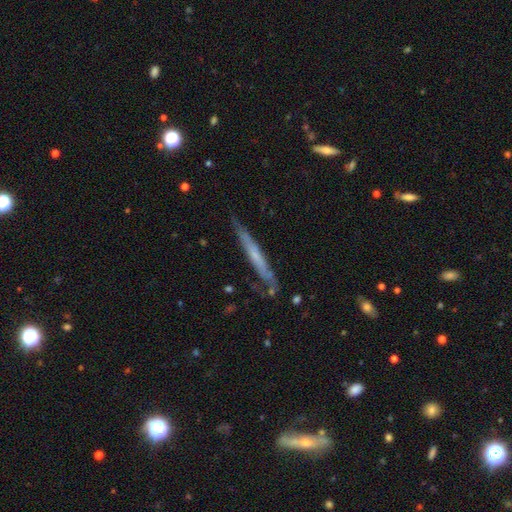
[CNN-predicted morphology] Smooth or featured? featured or disk (57%)
Edge-on disk? yes (88%)
Merging? none (73%)